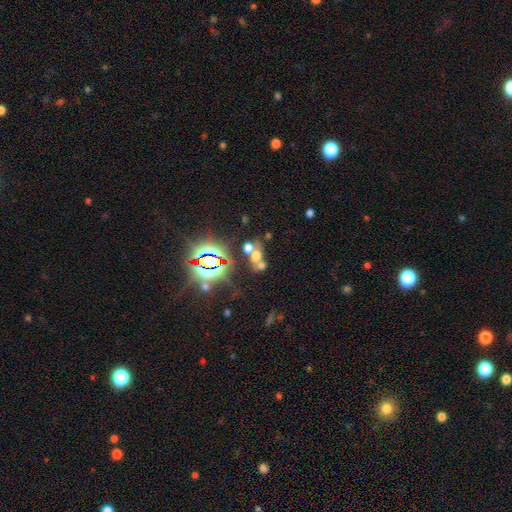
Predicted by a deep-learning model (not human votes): smooth-or-featured: smooth: 45% | star or artifact: 35% | featured or disk: 20%
  merging: merger: 52% | none: 33% | minor disturbance: 8% | major disturbance: 7%